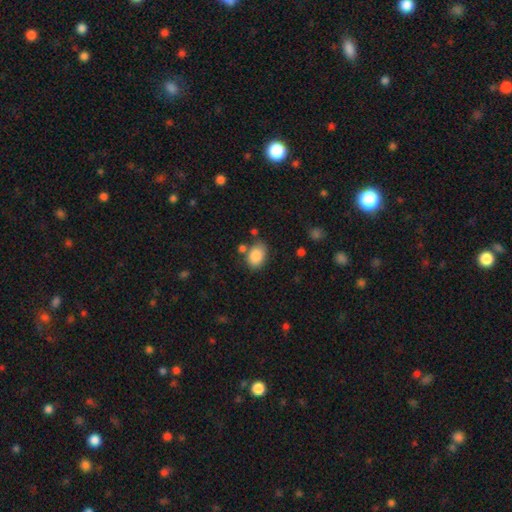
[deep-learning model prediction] This appears to be a smooth galaxy with no disk features (86%) that is in between round and cigar-shaped (80%). Merging: none (70%).